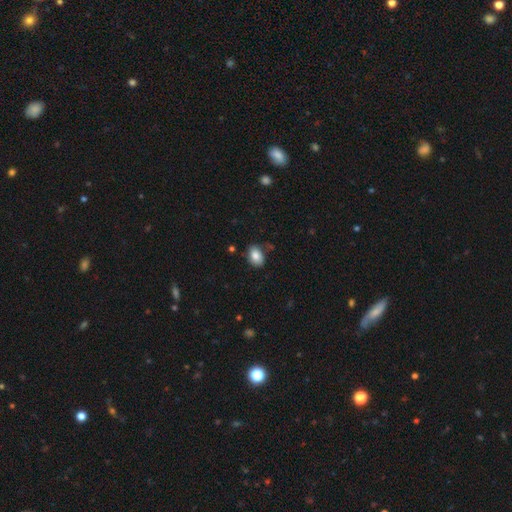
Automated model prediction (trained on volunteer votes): Smooth or featured? Predicted: smooth (p=0.84). How rounded? Predicted: in between (p=0.78). Merging? Predicted: none (p=0.75).